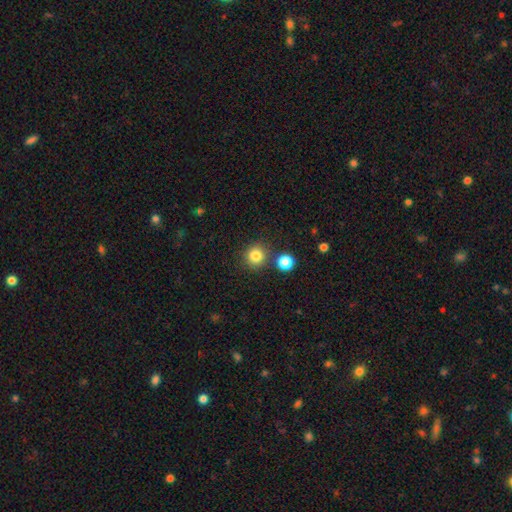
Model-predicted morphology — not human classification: This is clearly a smooth galaxy (83%). How rounded: clearly round (93%). Merging: clearly none (81%).